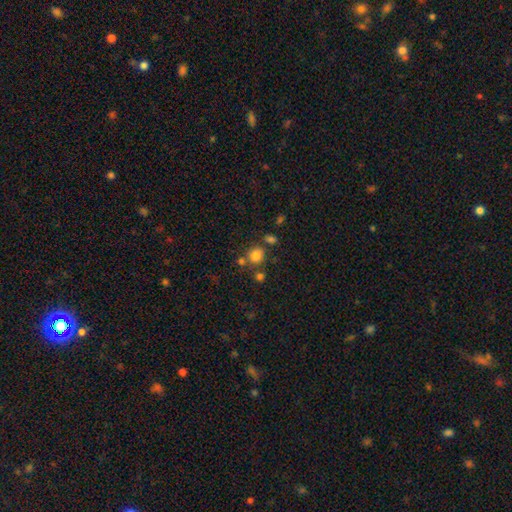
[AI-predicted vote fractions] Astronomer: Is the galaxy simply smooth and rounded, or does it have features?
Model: smooth — 79%.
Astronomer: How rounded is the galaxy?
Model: round — 83%.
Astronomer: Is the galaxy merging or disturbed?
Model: none — 70%.